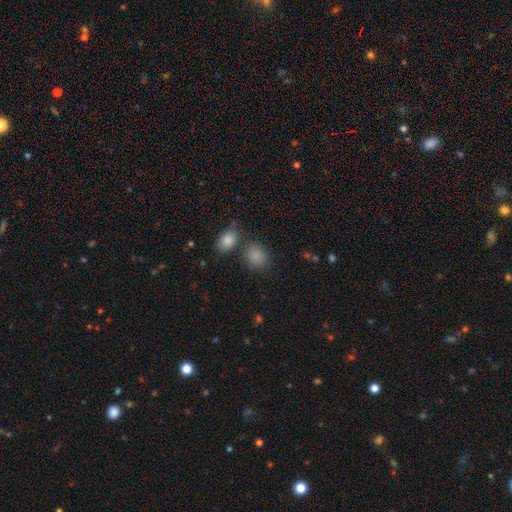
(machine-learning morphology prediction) smooth_or_featured: smooth (p=0.86) [alt: star or artifact p=0.09]
how_rounded: in between (p=0.58) [alt: round p=0.41]
merging: none (p=0.65) [alt: merger p=0.18]